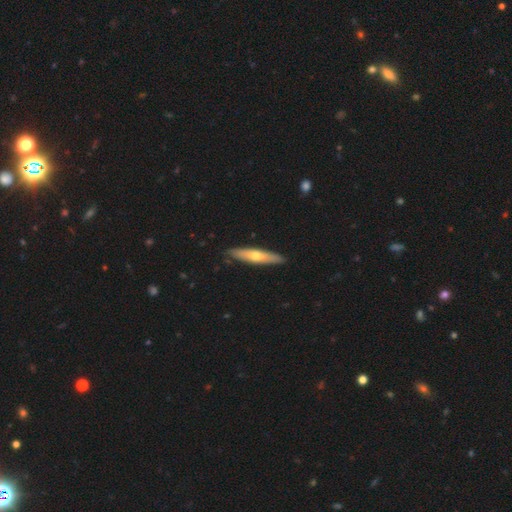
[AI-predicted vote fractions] A smooth galaxy with no disk features (52%) that is cigar-shaped (84%).

Vote fractions:
- Smooth or featured? smooth: 52% / featured or disk: 43% / star or artifact: 5%
- How rounded? cigar-shaped: 84% / in between: 14% / round: 2%
- Merging? none: 89% / minor disturbance: 9% / major disturbance: 2% / merger: 1%